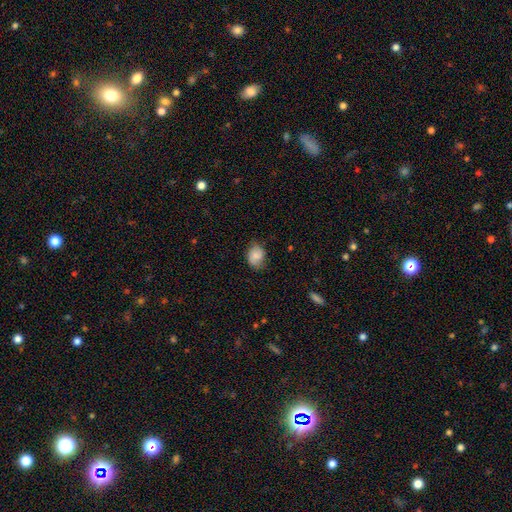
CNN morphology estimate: Smooth or featured? smooth (77%)
How rounded? in between (62%)
Merging? none (67%)